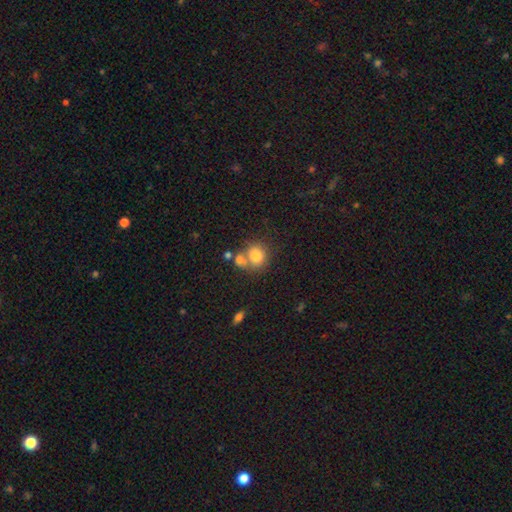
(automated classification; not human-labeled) Smooth or featured: smooth — 79% (featured or disk — 11%)
How rounded: round — 75% (in between — 24%)
Merging: none — 48% (merger — 34%)